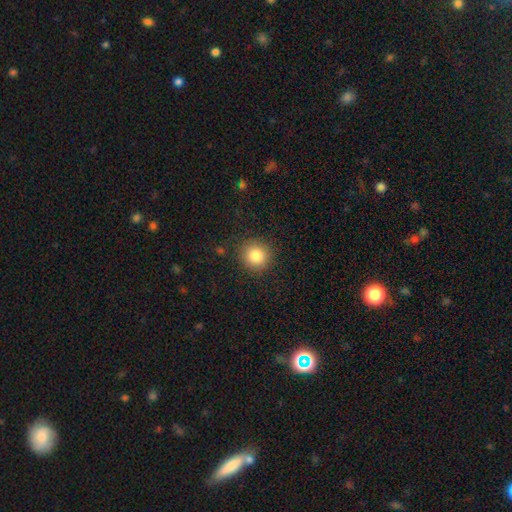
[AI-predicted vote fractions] smooth 85%, star or artifact 10%, featured or disk 5%. Down the decision tree: how rounded — round (89%); merging — none (88%).